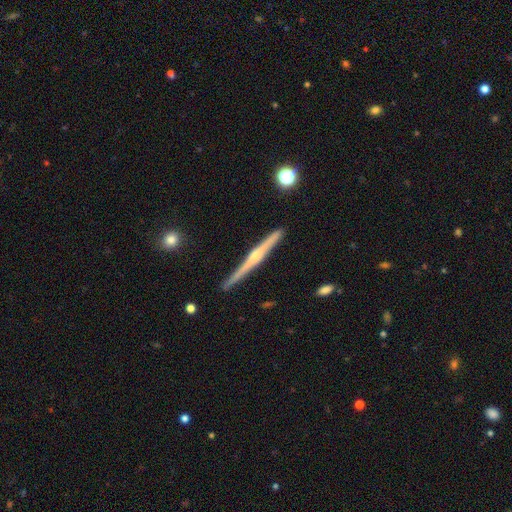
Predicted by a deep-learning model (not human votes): This is likely a featured or disk galaxy (80%). It is clearly viewed edge-on (98%). Edge-on bulge: likely rounded (79%). Merging: clearly none (89%).